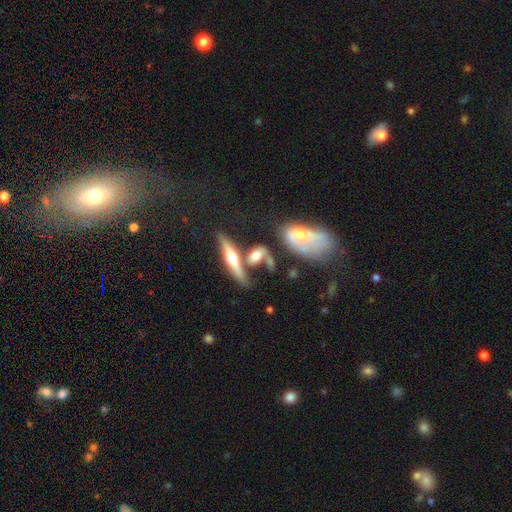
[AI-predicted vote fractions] The model was most divided on "merging": none: 41%, merger: 37%, minor disturbance: 14%, major disturbance: 8%. Remaining: smooth or featured — featured or disk (49%).